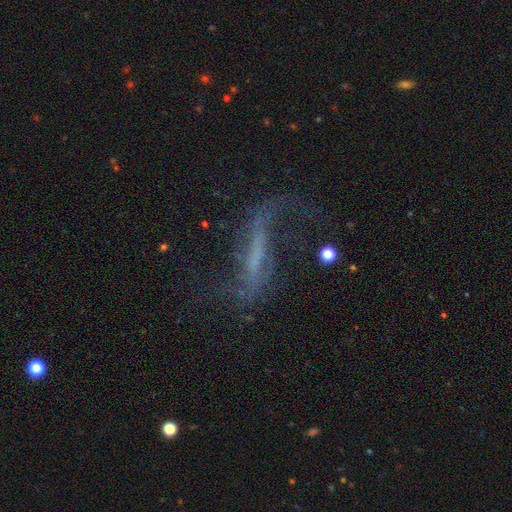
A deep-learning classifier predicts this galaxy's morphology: type=featured or disk (68%); edge-on=no (71%); merging=none (44%).